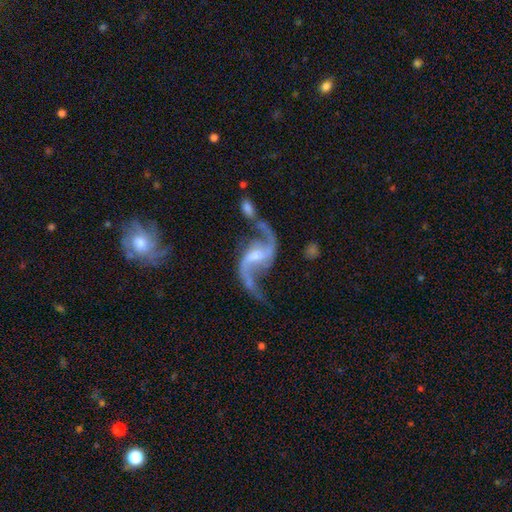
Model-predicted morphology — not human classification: Overall: featured or disk (92%). Edge-on disk: no (97%). Bar: weak (47%; no 28%). Spiral arms: yes (97%). Spiral arm count: 2 (93%). Spiral winding: loose (80%). Bulge size: small (52%; moderate 40%). Merging: none (53%; minor disturbance 18%).